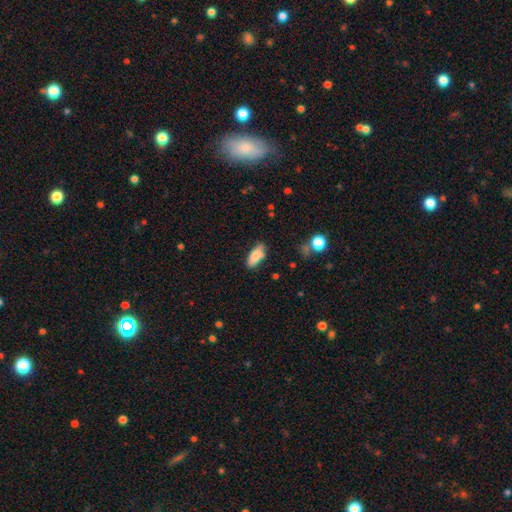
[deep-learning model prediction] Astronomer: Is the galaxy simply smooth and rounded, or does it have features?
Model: smooth — 81%.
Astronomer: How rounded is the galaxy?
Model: in between — 83%.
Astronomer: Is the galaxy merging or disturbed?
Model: none — 74%.